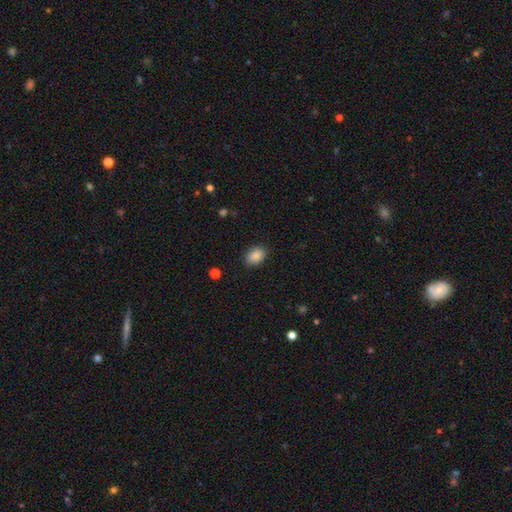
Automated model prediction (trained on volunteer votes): smooth 88%, star or artifact 8%, featured or disk 4%. Down the decision tree: how rounded — in between (73%); merging — none (86%).